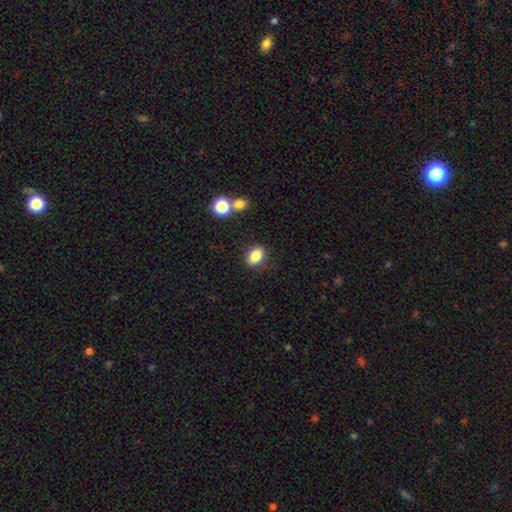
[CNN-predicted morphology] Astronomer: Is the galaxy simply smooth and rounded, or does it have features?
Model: smooth — 84%.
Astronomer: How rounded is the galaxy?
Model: in between — 76%.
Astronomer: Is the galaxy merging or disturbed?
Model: none — 85%.